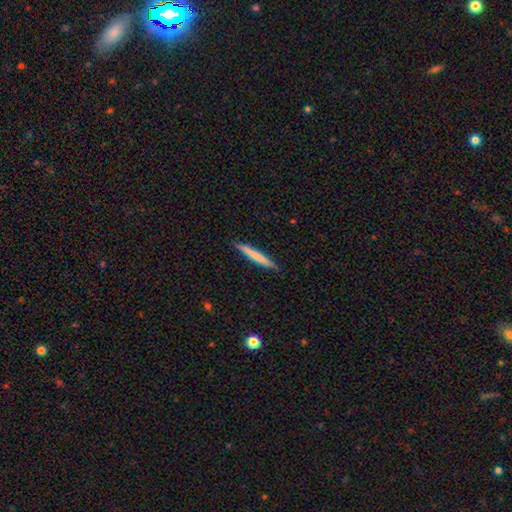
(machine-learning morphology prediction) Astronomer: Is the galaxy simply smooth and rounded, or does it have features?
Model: smooth — 68%.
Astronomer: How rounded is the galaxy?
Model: cigar-shaped — 96%.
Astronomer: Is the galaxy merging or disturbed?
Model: none — 91%.